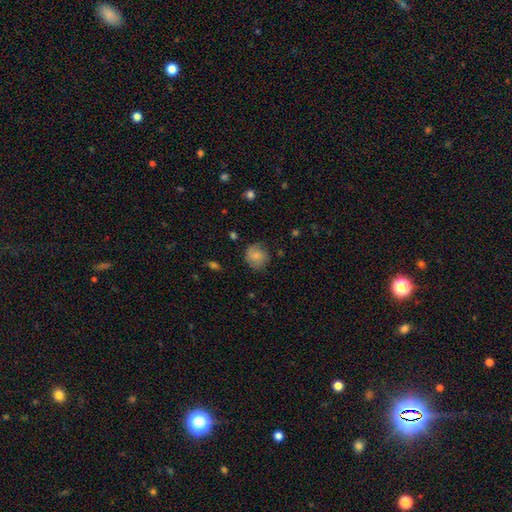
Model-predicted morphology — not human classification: This appears to be a smooth galaxy with no disk features (75%) that is round (83%). Merging: none (71%).